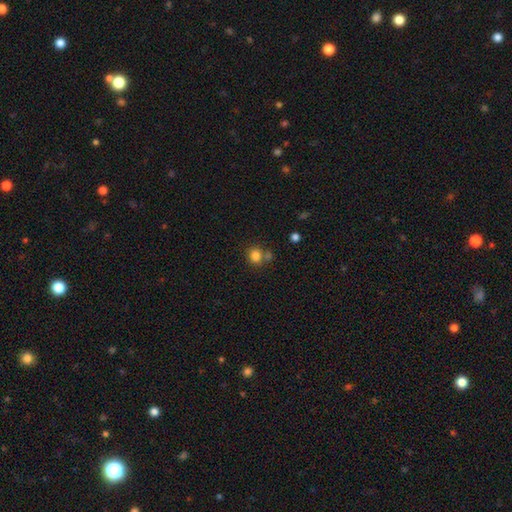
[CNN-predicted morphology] Smooth or featured: smooth — 83% (star or artifact — 12%)
How rounded: round — 81% (in between — 18%)
Merging: none — 65% (merger — 21%)